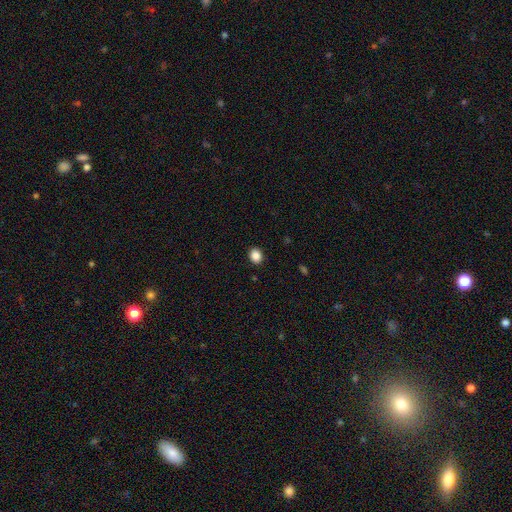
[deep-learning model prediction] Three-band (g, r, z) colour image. It shows a smooth galaxy with no disk features (88%) that is in between round and cigar-shaped (50%). Merging: none (90%).